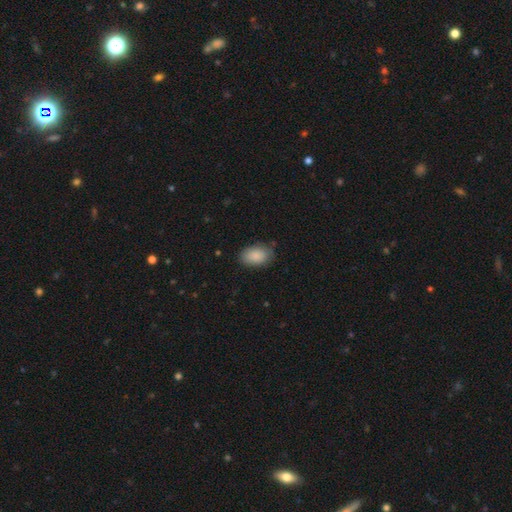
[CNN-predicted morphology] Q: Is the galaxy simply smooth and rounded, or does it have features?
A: smooth — 89%.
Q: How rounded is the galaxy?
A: in between — 91%.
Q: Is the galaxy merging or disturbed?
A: none — 82%.